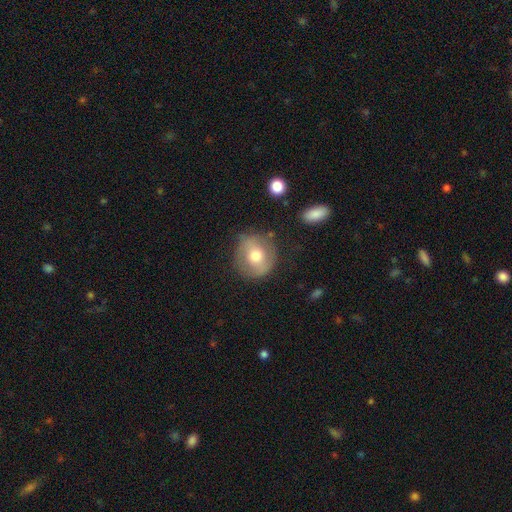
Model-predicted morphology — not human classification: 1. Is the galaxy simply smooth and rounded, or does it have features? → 59% smooth, 33% featured or disk, 8% star or artifact.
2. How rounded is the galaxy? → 88% round, 11% in between, 1% cigar-shaped.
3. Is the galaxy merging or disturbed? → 75% none, 17% minor disturbance, 6% major disturbance, 2% merger.